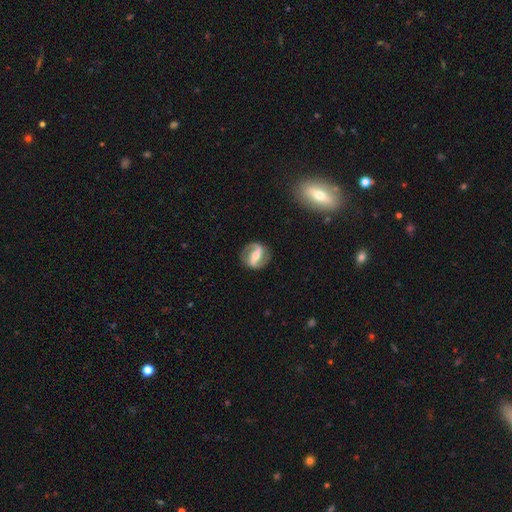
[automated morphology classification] A featured or disk galaxy (83%) with a strong bar (63%), 2 (90%) medium (44%) spiral arms (88%) and a moderate central bulge (63%). Merging: none (85%).